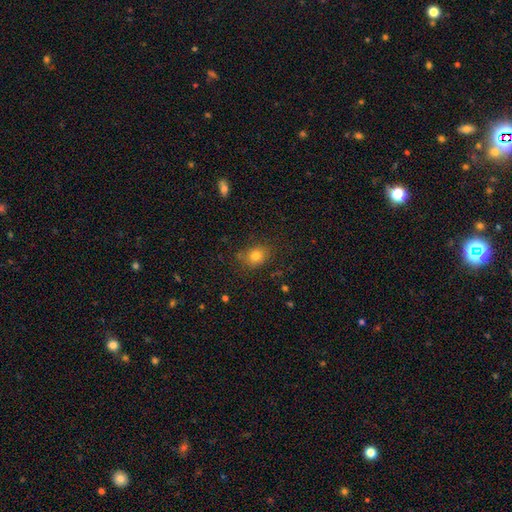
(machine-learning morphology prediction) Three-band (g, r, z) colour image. It shows a smooth galaxy with no disk features (79%) that is round (56%). Merging: none (79%).